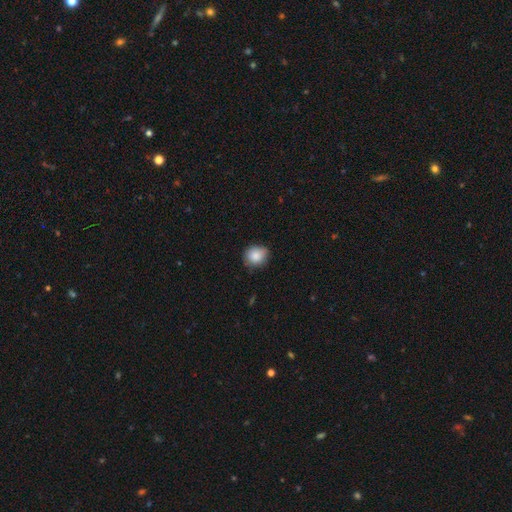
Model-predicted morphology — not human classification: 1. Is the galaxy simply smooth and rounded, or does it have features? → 86% smooth, 8% star or artifact, 6% featured or disk.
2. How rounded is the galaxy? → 81% round, 18% in between, 1% cigar-shaped.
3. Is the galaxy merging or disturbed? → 77% none, 19% minor disturbance, 3% major disturbance, 1% merger.